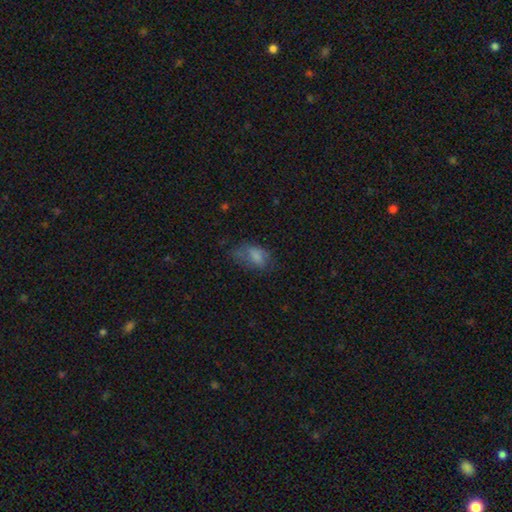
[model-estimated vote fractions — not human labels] smooth 69%, featured or disk 19%, star or artifact 11%. Down the decision tree: how rounded — in between (89%); merging — none (43%).